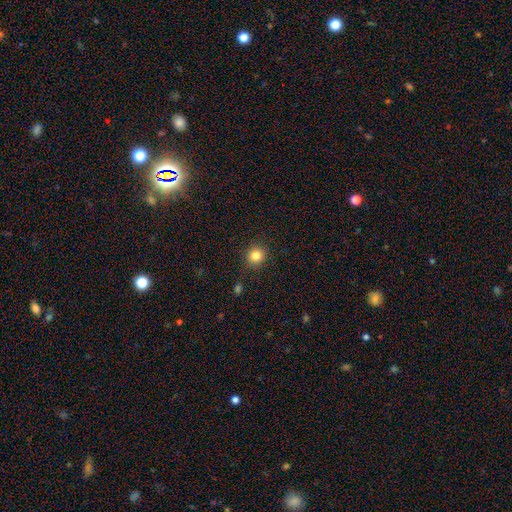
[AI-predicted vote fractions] smooth-or-featured: smooth: 83% | star or artifact: 12% | featured or disk: 6%
  how-rounded: round: 87% | in between: 12% | cigar-shaped: 1%
  merging: none: 90% | minor disturbance: 7% | major disturbance: 2% | merger: 1%